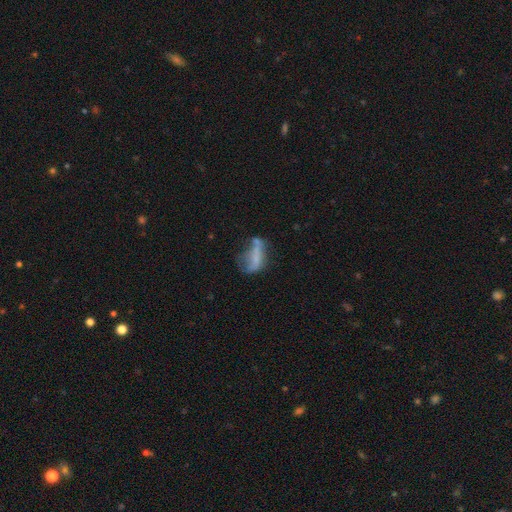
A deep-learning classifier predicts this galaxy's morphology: This appears to be a smooth galaxy with no disk features (44%). Merging: major disturbance (32%).